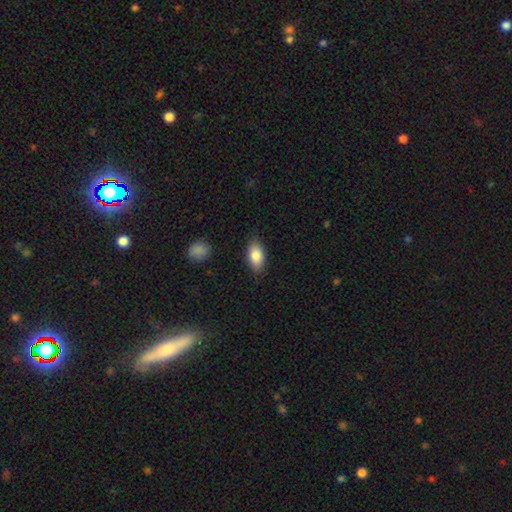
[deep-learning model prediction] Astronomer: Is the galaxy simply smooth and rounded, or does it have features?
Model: smooth — 85%.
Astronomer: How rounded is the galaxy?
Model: in between — 92%.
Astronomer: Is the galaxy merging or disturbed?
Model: none — 85%.